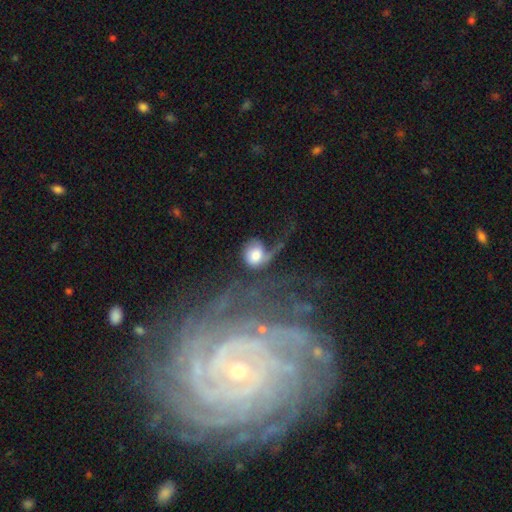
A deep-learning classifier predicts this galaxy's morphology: type=smooth (51%); roundness=round (68%); merging=major disturbance (46%).